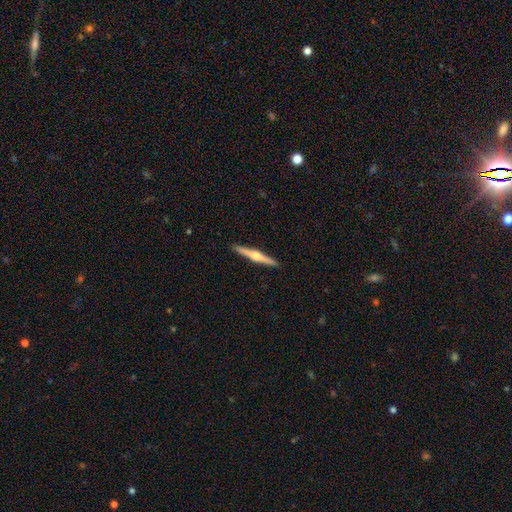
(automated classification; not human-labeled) This is likely a featured or disk galaxy (74%). It is clearly viewed edge-on (98%). Edge-on bulge: clearly rounded (91%). Merging: clearly none (93%).